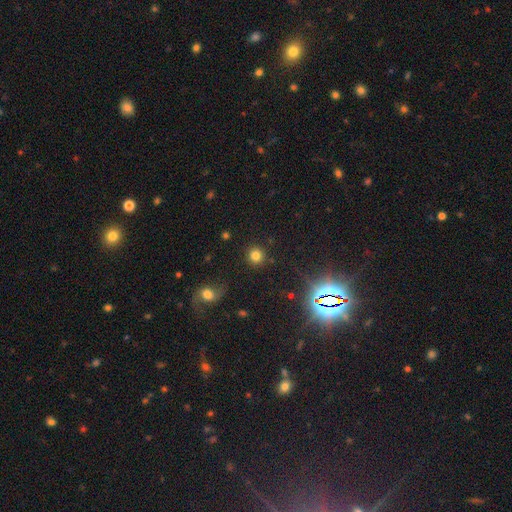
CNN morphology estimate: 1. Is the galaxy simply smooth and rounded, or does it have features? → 78% smooth, 16% star or artifact, 7% featured or disk.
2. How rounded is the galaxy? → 93% round, 6% in between, 1% cigar-shaped.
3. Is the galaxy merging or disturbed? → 90% none, 5% minor disturbance, 3% major disturbance, 2% merger.